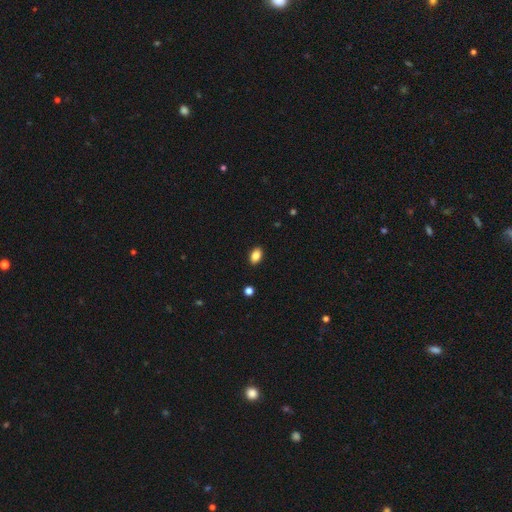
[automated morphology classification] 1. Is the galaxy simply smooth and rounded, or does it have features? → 87% smooth, 9% star or artifact, 5% featured or disk.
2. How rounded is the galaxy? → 89% in between, 10% round, 2% cigar-shaped.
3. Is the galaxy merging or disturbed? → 90% none, 7% minor disturbance, 2% major disturbance, 1% merger.